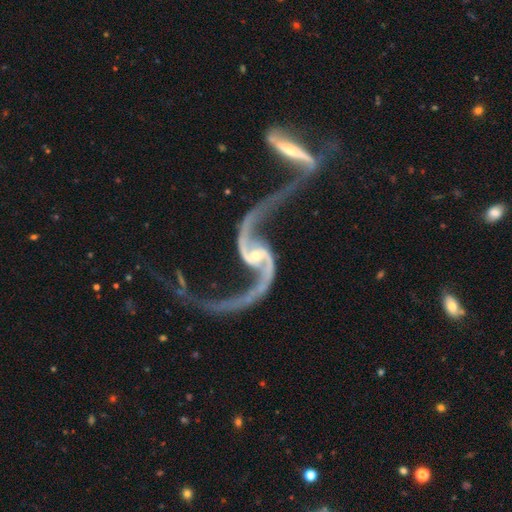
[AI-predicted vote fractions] The model was most divided on "merging": merger: 41%, none: 30%, major disturbance: 17%, minor disturbance: 13%. Remaining: spiral arms — yes (97%); edge-on disk — no (97%); spiral arm count — 2 (94%); smooth or featured — featured or disk (93%); spiral winding — loose (88%); bulge size — small (71%); bar — no (46%).